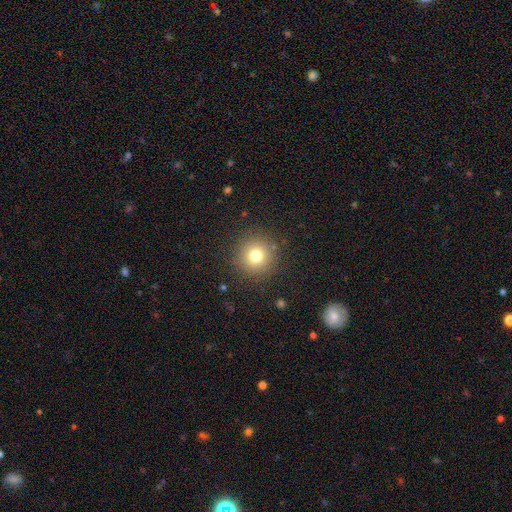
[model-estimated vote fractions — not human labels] A smooth galaxy with no disk features (76%) that is round (95%).

Vote fractions:
- Smooth or featured? smooth: 76% / star or artifact: 14% / featured or disk: 10%
- How rounded? round: 95% / in between: 4% / cigar-shaped: 1%
- Merging? none: 89% / minor disturbance: 6% / major disturbance: 3% / merger: 1%